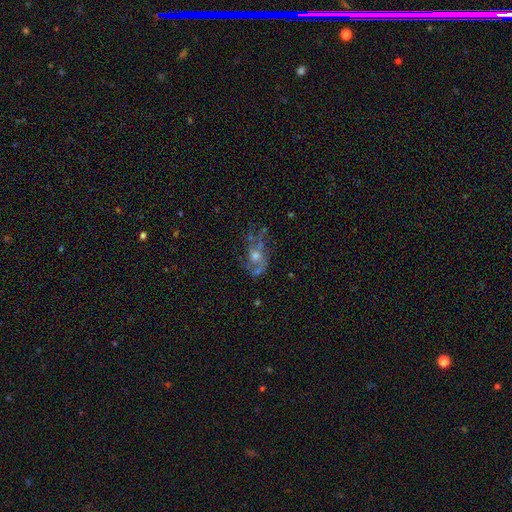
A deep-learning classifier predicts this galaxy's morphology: Q: Smooth or featured?
A: featured or disk (68%); runner-up: smooth (17%)
Q: Edge-on disk?
A: no (94%); runner-up: yes (6%)
Q: Bar?
A: no (76%); runner-up: weak (19%)
Q: Spiral arms?
A: yes (71%); runner-up: no (29%)
Q: Bulge size?
A: moderate (59%); runner-up: small (25%)
Q: Merging?
A: none (52%); runner-up: major disturbance (24%)